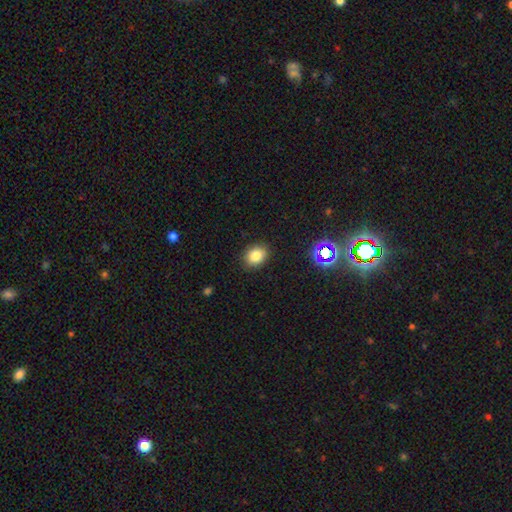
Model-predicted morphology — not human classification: Smooth or featured? Predicted: smooth (p=0.82). How rounded? Predicted: in between (p=0.56). Merging? Predicted: none (p=0.87).